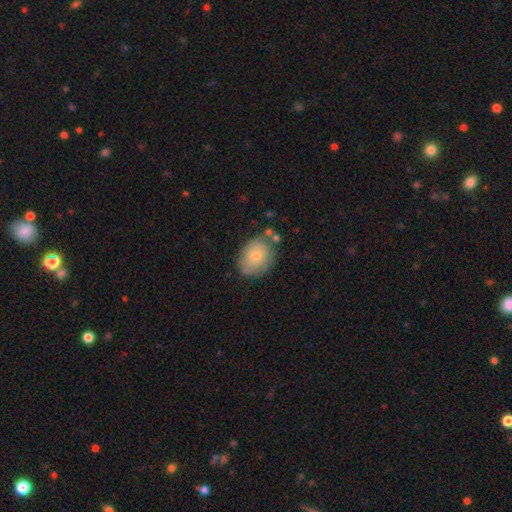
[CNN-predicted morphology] smooth 71%, featured or disk 22%, star or artifact 7%. Down the decision tree: how rounded — in between (56%); merging — none (66%).